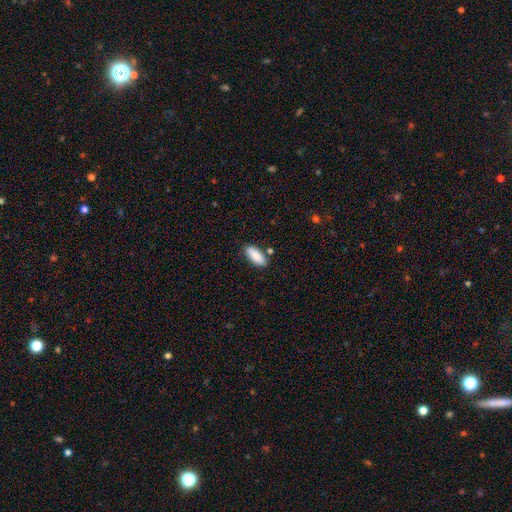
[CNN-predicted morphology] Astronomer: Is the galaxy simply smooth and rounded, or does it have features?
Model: smooth — 88%.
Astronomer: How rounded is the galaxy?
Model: in between — 76%.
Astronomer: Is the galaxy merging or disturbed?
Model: none — 82%.